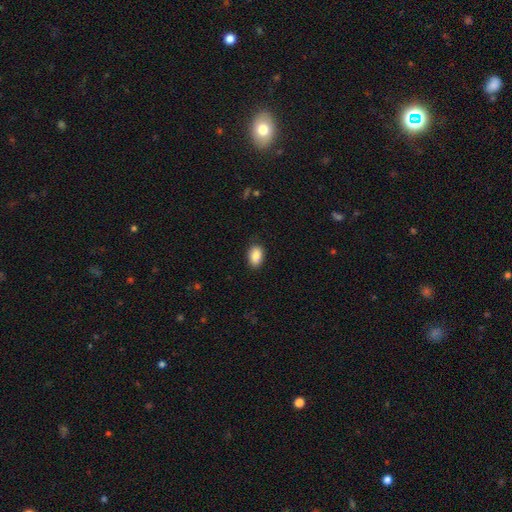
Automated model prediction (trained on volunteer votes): Smooth or featured: smooth — 89% (star or artifact — 7%)
How rounded: in between — 88% (round — 11%)
Merging: none — 85% (minor disturbance — 12%)